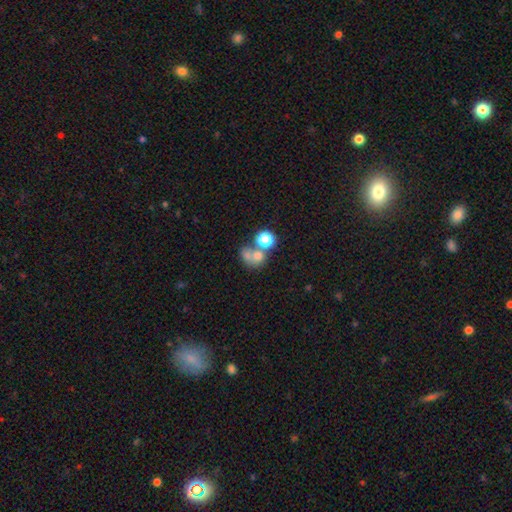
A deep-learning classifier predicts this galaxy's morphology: Smooth or featured: smooth — 67% (featured or disk — 17%)
How rounded: round — 68% (in between — 31%)
Merging: merger — 52% (none — 29%)